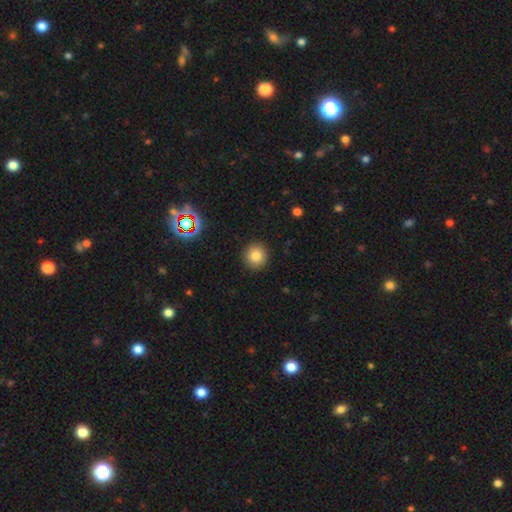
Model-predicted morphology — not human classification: This is clearly a smooth galaxy (82%). How rounded: clearly round (93%). Merging: clearly none (92%).